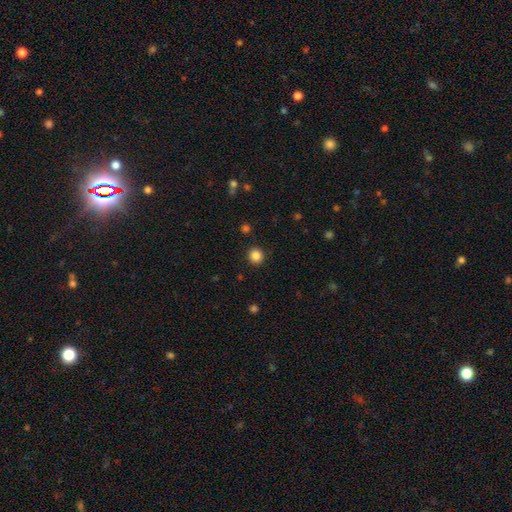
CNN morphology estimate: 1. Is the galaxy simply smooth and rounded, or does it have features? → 86% smooth, 11% star or artifact, 3% featured or disk.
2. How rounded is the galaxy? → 91% round, 8% in between, 1% cigar-shaped.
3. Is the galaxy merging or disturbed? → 91% none, 5% minor disturbance, 2% major disturbance, 1% merger.